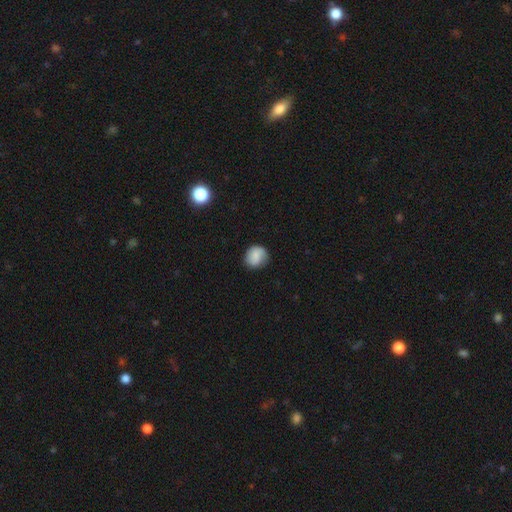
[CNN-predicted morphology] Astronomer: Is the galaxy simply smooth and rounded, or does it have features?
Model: smooth — 72%.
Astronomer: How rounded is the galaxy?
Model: round — 82%.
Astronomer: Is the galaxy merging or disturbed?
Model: none — 77%.